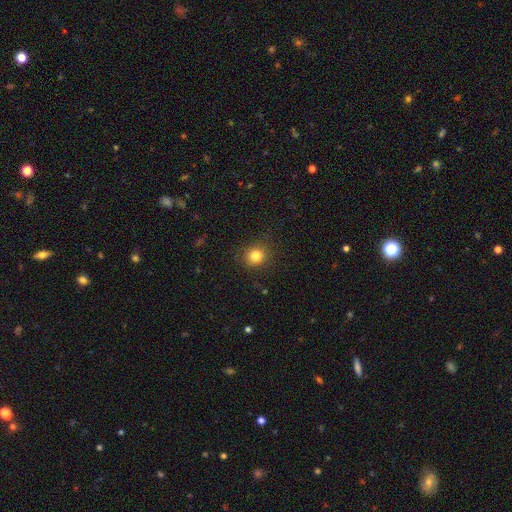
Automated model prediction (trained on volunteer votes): smooth_or_featured: smooth (p=0.81) [alt: star or artifact p=0.13]
how_rounded: round (p=0.82) [alt: in between p=0.17]
merging: none (p=0.86) [alt: minor disturbance p=0.10]